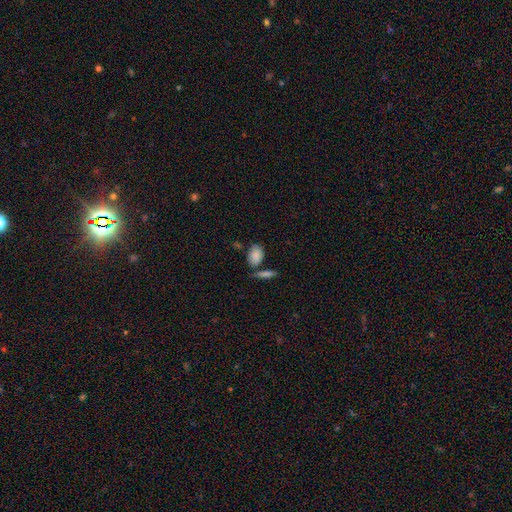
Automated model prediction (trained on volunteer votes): Overall: smooth (84%). How rounded: in between (85%). Merging: none (60%).